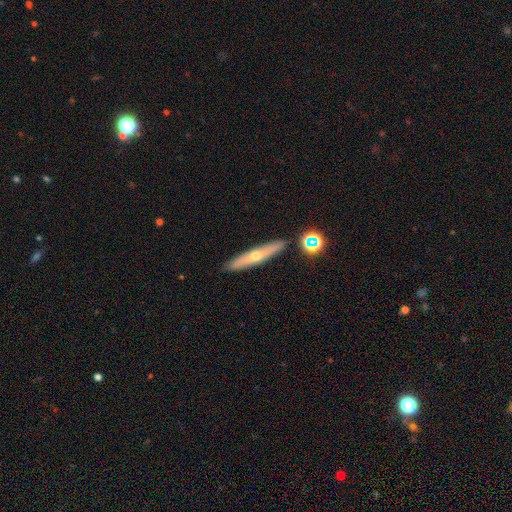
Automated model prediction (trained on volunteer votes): smooth-or-featured: featured or disk: 49% | smooth: 43% | star or artifact: 8%
  merging: none: 88% | minor disturbance: 7% | merger: 3% | major disturbance: 2%